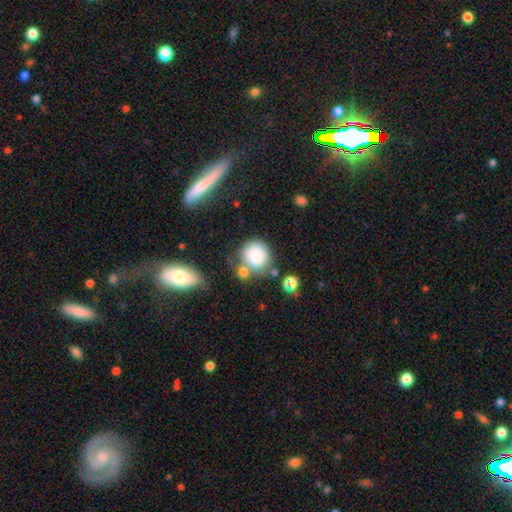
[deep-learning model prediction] Smooth or featured: smooth — 83% (star or artifact — 10%)
How rounded: round — 86% (in between — 13%)
Merging: none — 59% (merger — 21%)